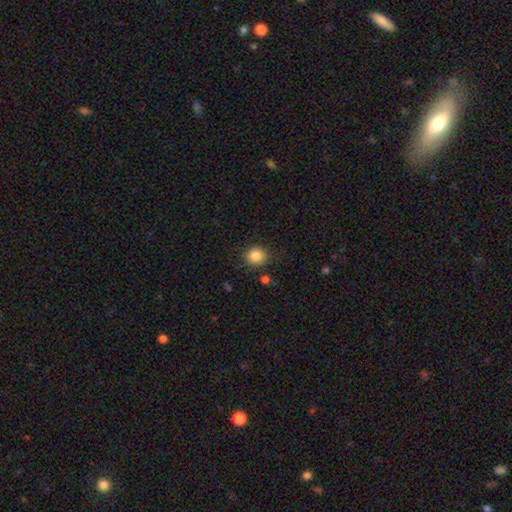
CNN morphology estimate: Smooth or featured: smooth — 86% (star or artifact — 9%)
How rounded: round — 71% (in between — 28%)
Merging: none — 84% (minor disturbance — 10%)